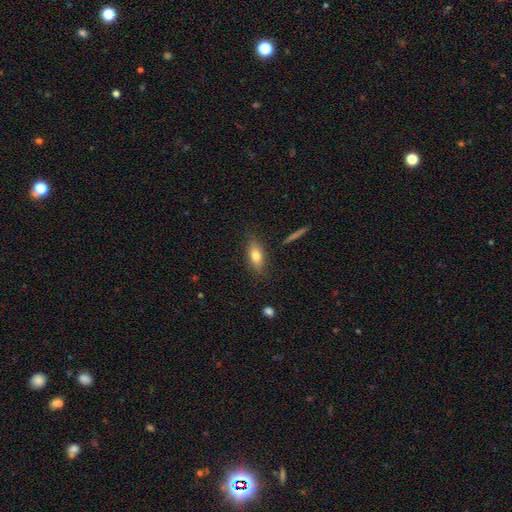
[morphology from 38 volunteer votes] A smooth galaxy with no disk features (71%) that is in between round and cigar-shaped (78%). Merging: none (72%).